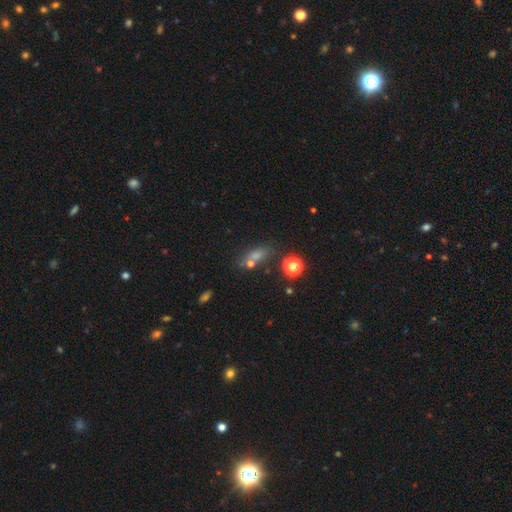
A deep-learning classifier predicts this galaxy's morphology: smooth_or_featured: smooth (p=0.52) [alt: star or artifact p=0.33]
how_rounded: in between (p=0.50) [alt: round p=0.33]
merging: none (p=0.57) [alt: merger p=0.23]